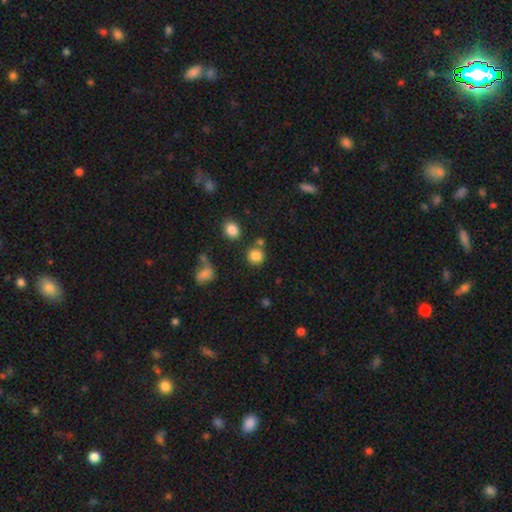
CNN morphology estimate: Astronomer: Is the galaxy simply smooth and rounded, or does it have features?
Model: smooth — 83%.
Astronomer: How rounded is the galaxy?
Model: round — 89%.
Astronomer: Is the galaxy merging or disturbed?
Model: none — 73%.